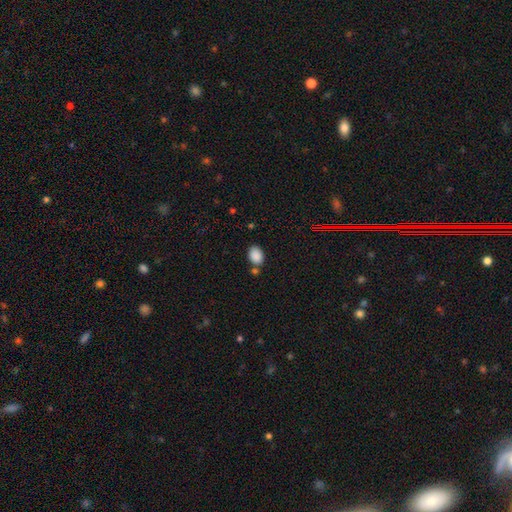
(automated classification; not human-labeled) Smooth or featured?
  - smooth: 87% *
  - star or artifact: 9%
  - featured or disk: 4%
How rounded?
  - in between: 80% *
  - round: 19%
  - cigar-shaped: 1%
Merging?
  - none: 70% *
  - minor disturbance: 14%
  - merger: 12%
  - major disturbance: 3%